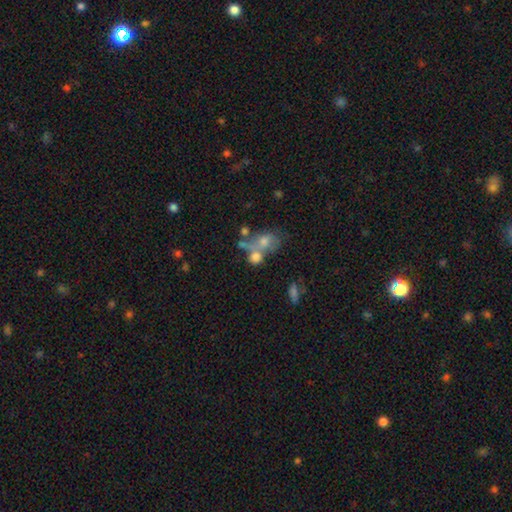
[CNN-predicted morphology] This appears to be a smooth galaxy with no disk features (66%) that is round (55%). Merging: merger (52%).